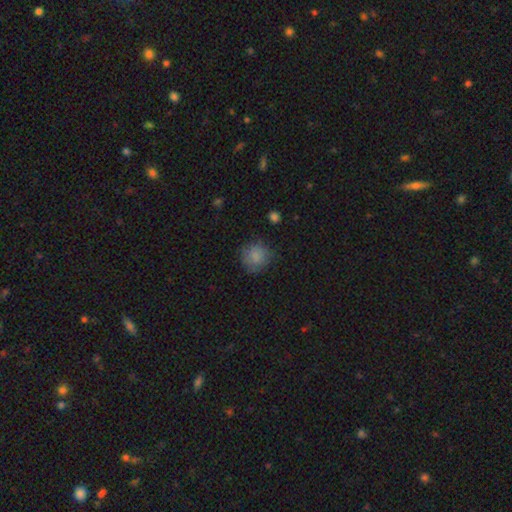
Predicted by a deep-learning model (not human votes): A smooth galaxy with no disk features (81%) that is round (88%).

Vote fractions:
- Smooth or featured? smooth: 81% / star or artifact: 10% / featured or disk: 9%
- How rounded? round: 88% / in between: 11% / cigar-shaped: 1%
- Merging? none: 74% / minor disturbance: 19% / major disturbance: 6% / merger: 1%